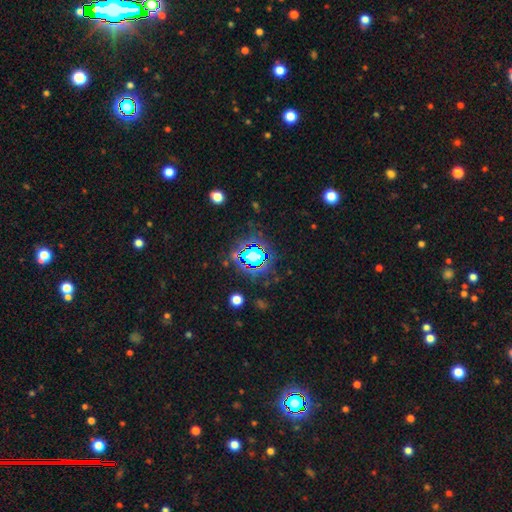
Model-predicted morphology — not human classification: Overall: star or artifact (76%).